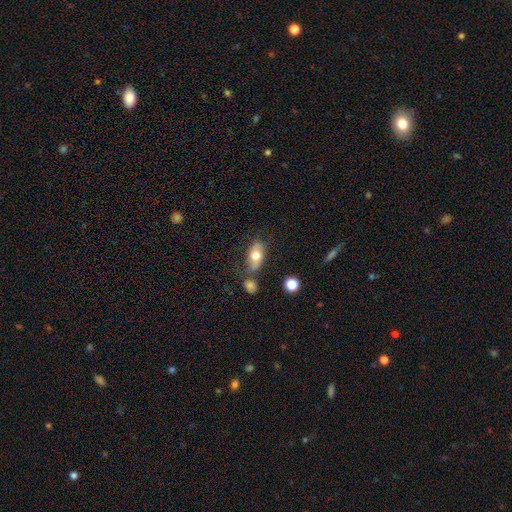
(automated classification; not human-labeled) Smooth or featured? smooth (65%)
How rounded? in between (87%)
Merging? none (60%)